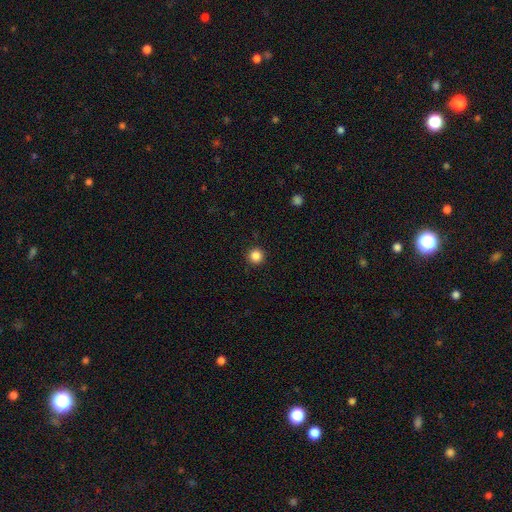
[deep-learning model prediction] smooth_or_featured: smooth (p=0.86) [alt: star or artifact p=0.11]
how_rounded: round (p=0.96) [alt: in between p=0.03]
merging: none (p=0.93) [alt: minor disturbance p=0.05]